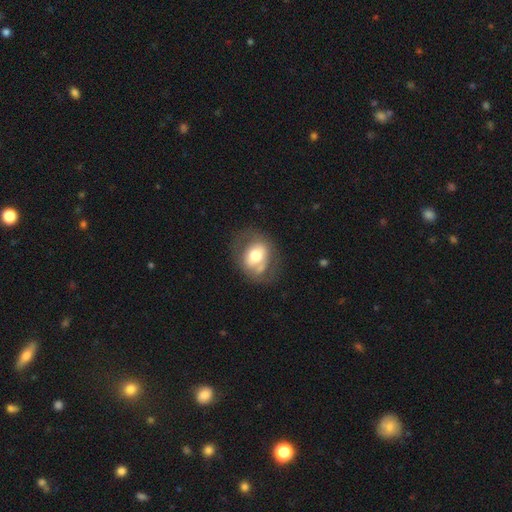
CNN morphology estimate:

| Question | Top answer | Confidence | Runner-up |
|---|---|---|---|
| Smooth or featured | smooth | 50% | featured or disk (43%) |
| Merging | none | 56% | minor disturbance (23%) |